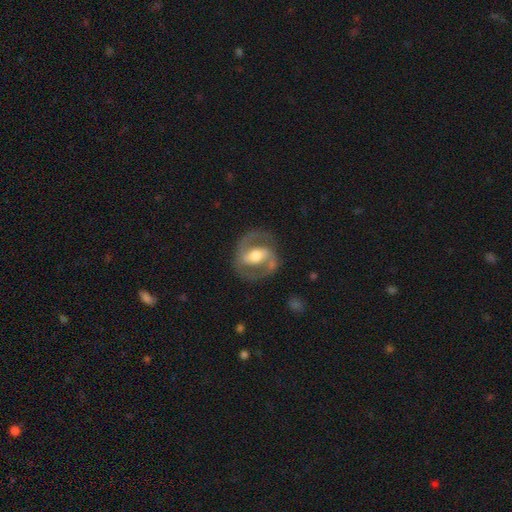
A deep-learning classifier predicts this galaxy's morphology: The model was most divided on "bar": strong: 51%, weak: 31%, no: 18%. More confident: edge-on disk — no (96%); spiral arm count — 2 (90%); spiral arms — yes (86%); smooth or featured — featured or disk (82%); merging — none (79%); bulge size — moderate (66%); spiral winding — medium (55%).